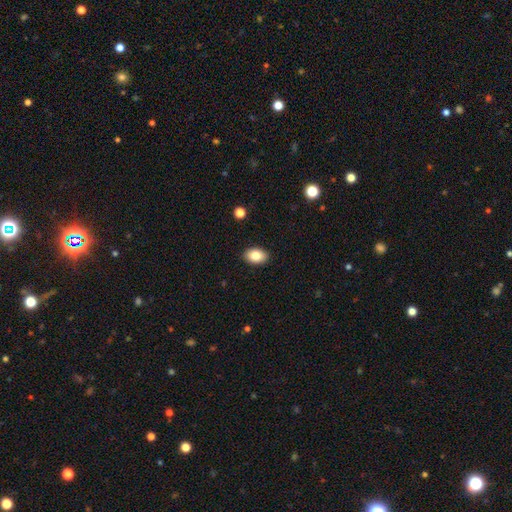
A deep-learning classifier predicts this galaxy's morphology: A smooth galaxy with no disk features (84%) that is in between round and cigar-shaped (85%).

Vote fractions:
- Smooth or featured? smooth: 84% / featured or disk: 8% / star or artifact: 8%
- How rounded? in between: 85% / round: 14% / cigar-shaped: 1%
- Merging? none: 90% / minor disturbance: 7% / major disturbance: 2% / merger: 1%